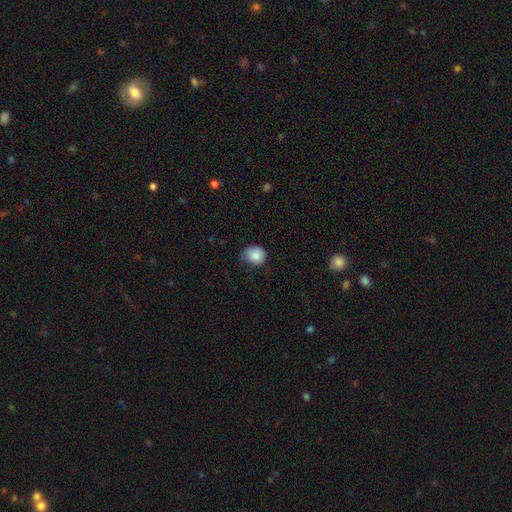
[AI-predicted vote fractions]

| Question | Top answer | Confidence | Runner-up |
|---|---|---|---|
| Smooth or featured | smooth | 85% | star or artifact (9%) |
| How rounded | round | 73% | in between (26%) |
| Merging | none | 60% | minor disturbance (33%) |